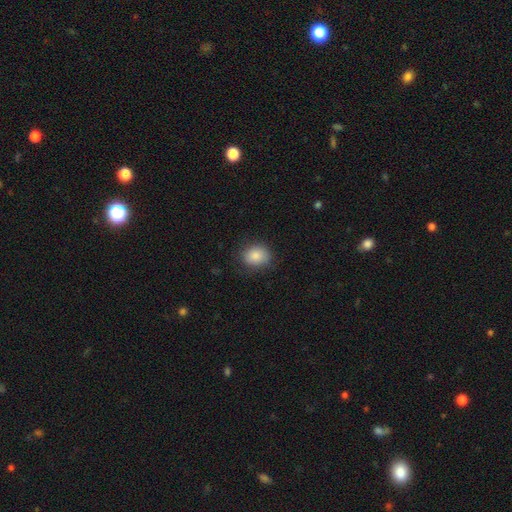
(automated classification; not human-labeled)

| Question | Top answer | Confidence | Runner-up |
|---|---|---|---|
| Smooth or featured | smooth | 85% | star or artifact (8%) |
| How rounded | round | 60% | in between (39%) |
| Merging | none | 80% | minor disturbance (15%) |